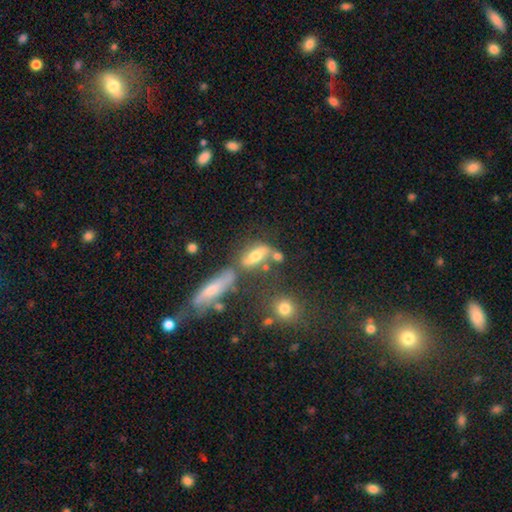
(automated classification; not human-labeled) Morphology: type=smooth (57%); roundness=in between (61%); merging=none (46%).